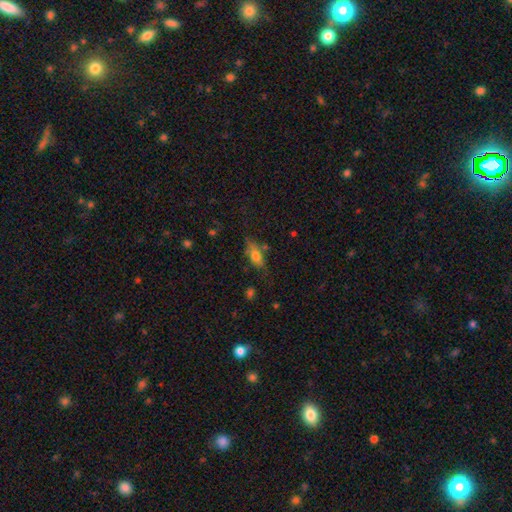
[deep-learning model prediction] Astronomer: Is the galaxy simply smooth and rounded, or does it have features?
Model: smooth — 66%.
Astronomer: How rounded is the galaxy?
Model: in between — 72%.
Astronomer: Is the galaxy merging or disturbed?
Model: none — 57%.